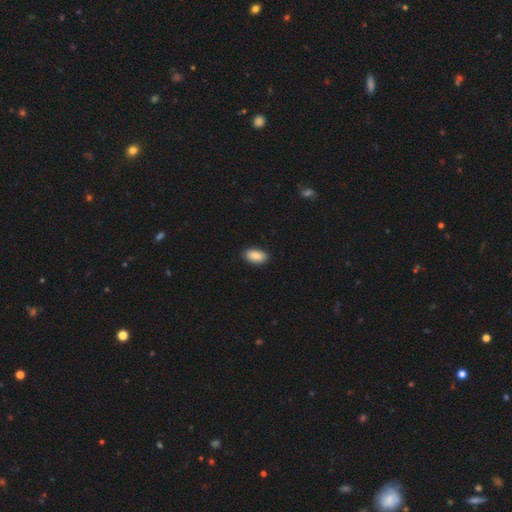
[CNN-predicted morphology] This is clearly a smooth galaxy (88%). How rounded: clearly in between (95%). Merging: clearly none (89%).